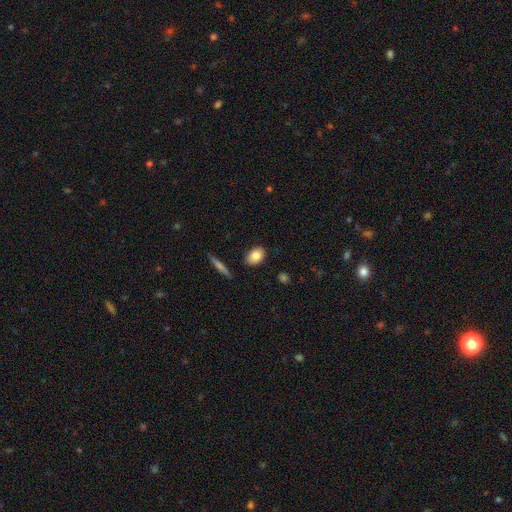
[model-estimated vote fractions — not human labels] Smooth or featured?
  - smooth: 84% *
  - featured or disk: 9%
  - star or artifact: 7%
How rounded?
  - in between: 83% *
  - round: 14%
  - cigar-shaped: 3%
Merging?
  - none: 85% *
  - minor disturbance: 10%
  - major disturbance: 2%
  - merger: 2%